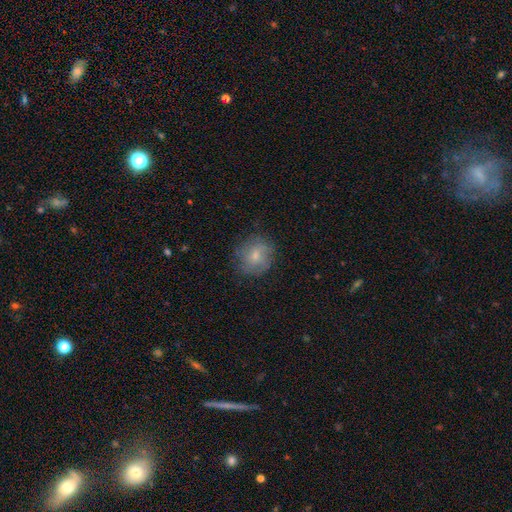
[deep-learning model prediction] Smooth or featured? smooth (65%)
How rounded? round (77%)
Merging? none (75%)